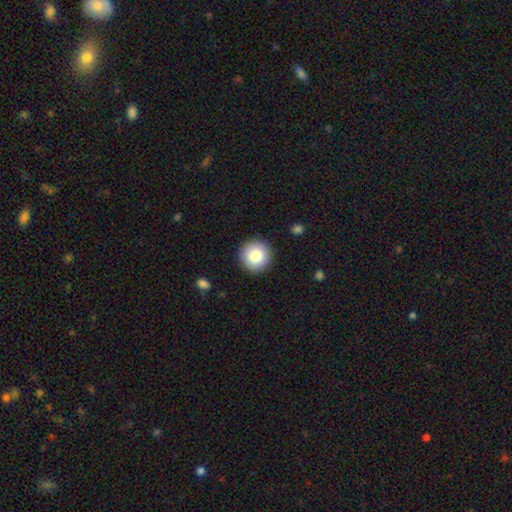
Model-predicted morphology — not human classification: This is clearly a smooth galaxy (83%). How rounded: clearly round (96%). Merging: clearly none (91%).